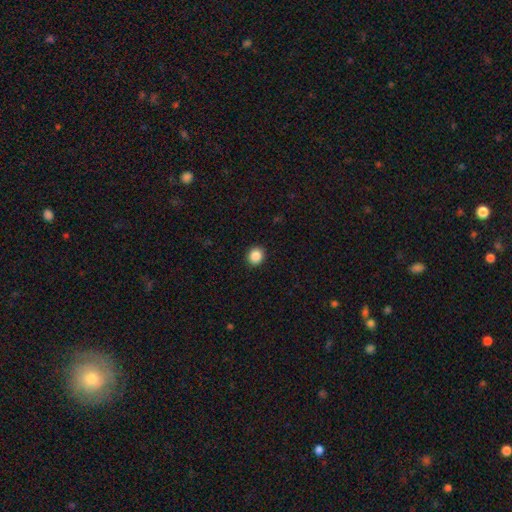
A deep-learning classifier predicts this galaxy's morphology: Smooth or featured: smooth — 88% (star or artifact — 9%)
How rounded: round — 83% (in between — 16%)
Merging: none — 92% (minor disturbance — 5%)